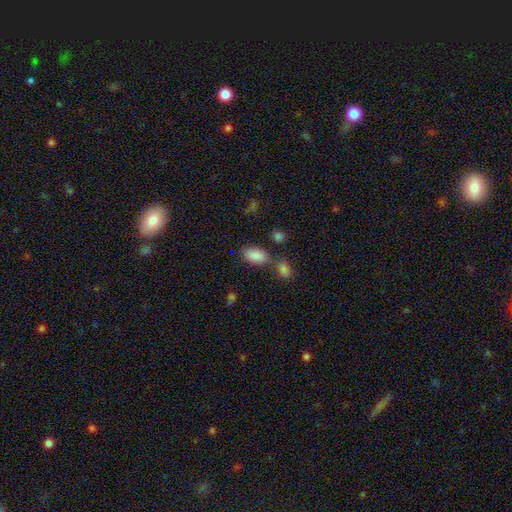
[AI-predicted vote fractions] Smooth or featured? smooth (86%)
How rounded? in between (93%)
Merging? none (62%)